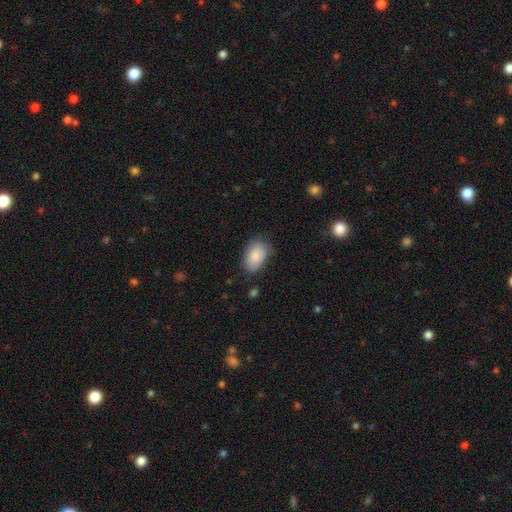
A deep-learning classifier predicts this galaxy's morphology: smooth 87%, featured or disk 7%, star or artifact 7%. Down the decision tree: how rounded — in between (89%); merging — none (73%).